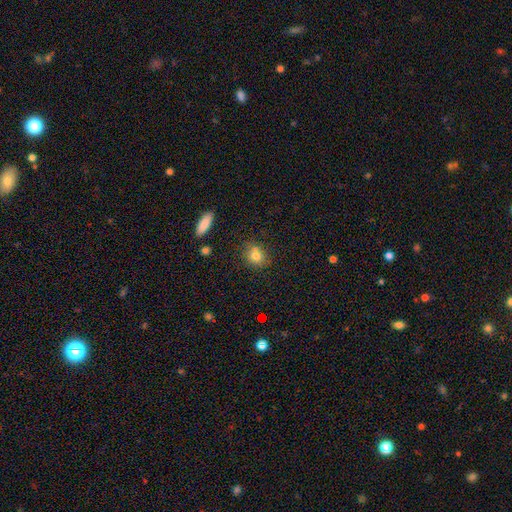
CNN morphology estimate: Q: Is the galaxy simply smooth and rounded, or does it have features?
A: smooth — 78%.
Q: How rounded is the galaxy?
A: round — 68%.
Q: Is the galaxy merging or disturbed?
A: none — 66%.